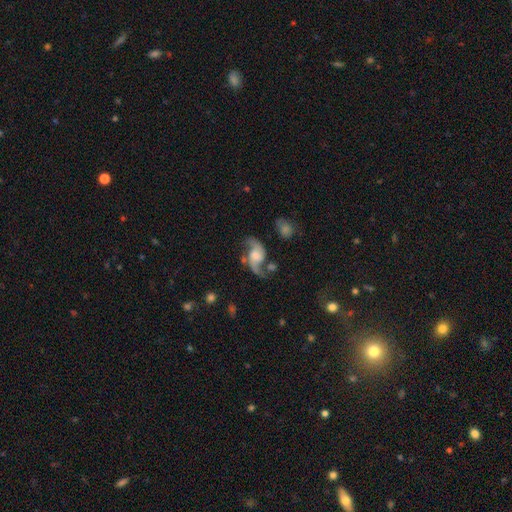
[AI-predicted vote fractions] Overall: featured or disk (86%). Edge-on disk: no (97%). Bar: no (52%; weak 38%). Spiral arms: yes (96%). Spiral arm count: 2 (91%). Spiral winding: loose (71%). Bulge size: moderate (34%; small 27%). Merging: none (58%; minor disturbance 18%).